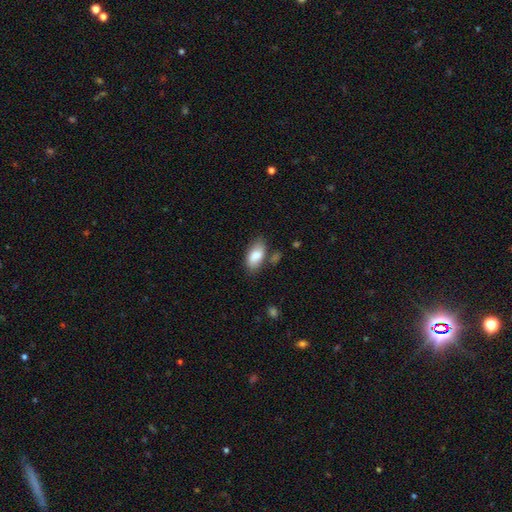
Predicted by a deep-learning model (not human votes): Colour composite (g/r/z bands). It shows a smooth galaxy with no disk features (83%) that is in between round and cigar-shaped (92%). Merging: none (68%).